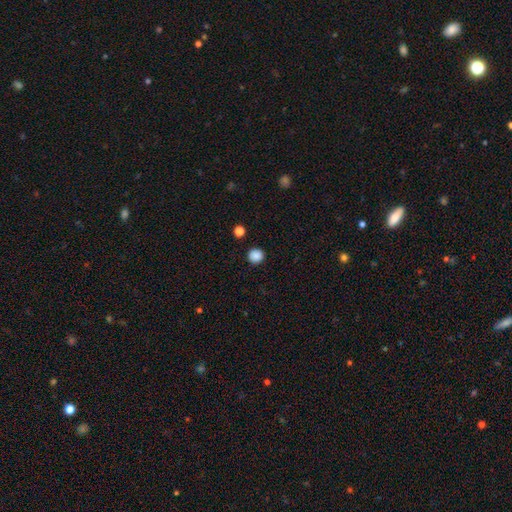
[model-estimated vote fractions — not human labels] The model was most divided on "smooth or featured": smooth: 87%, star or artifact: 10%, featured or disk: 3%. More confident: how rounded — round (92%); merging — none (91%).